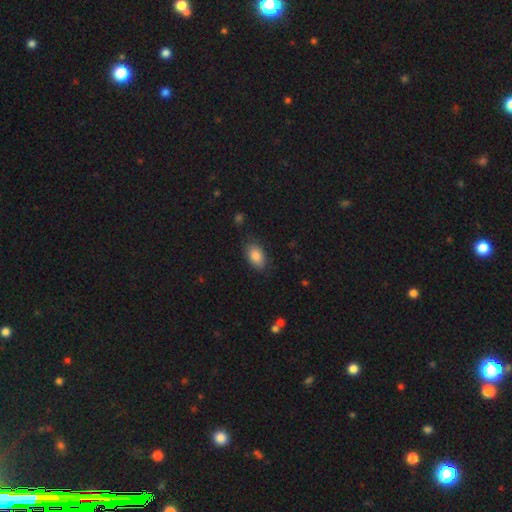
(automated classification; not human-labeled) A smooth galaxy with no disk features (85%) that is in between round and cigar-shaped (92%).

Vote fractions:
- Smooth or featured? smooth: 85% / featured or disk: 7% / star or artifact: 7%
- How rounded? in between: 92% / round: 6% / cigar-shaped: 2%
- Merging? none: 80% / minor disturbance: 15% / major disturbance: 4% / merger: 1%